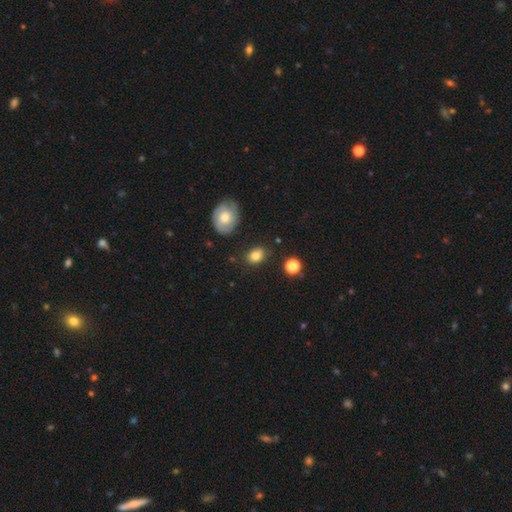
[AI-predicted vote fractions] Overall: smooth (81%). How rounded: in between (71%). Merging: none (79%).